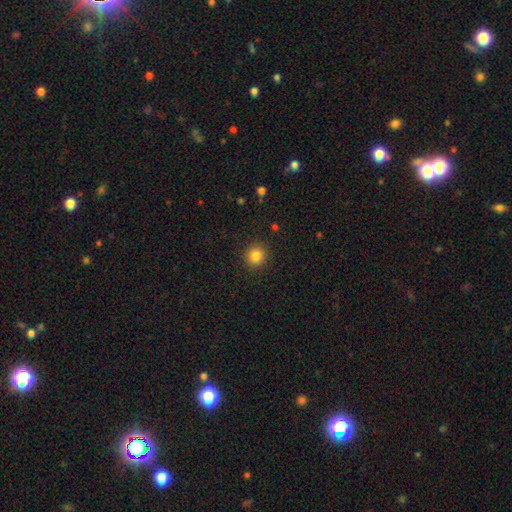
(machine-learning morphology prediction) Overall: smooth (83%). How rounded: round (92%). Merging: none (91%).